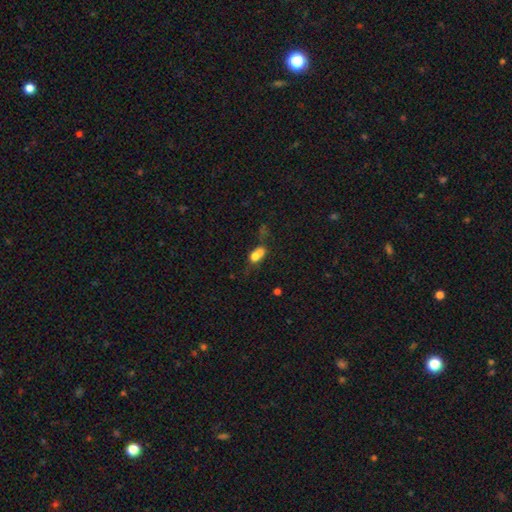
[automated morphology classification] Smooth or featured: smooth — 69% (featured or disk — 18%)
How rounded: in between — 63% (round — 29%)
Merging: merger — 41% (none — 25%)